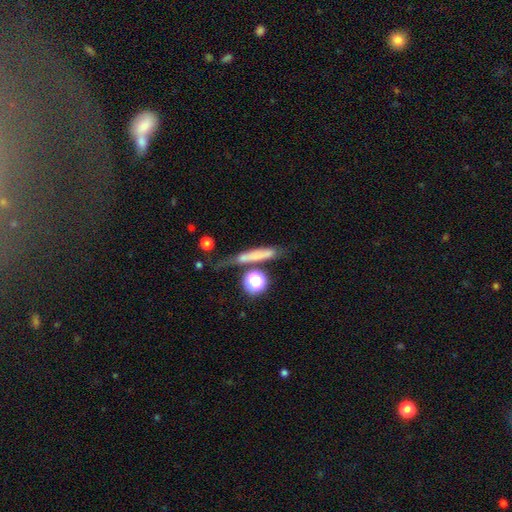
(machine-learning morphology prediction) Smooth or featured?
  - smooth: 59% *
  - featured or disk: 27%
  - star or artifact: 14%
How rounded?
  - cigar-shaped: 70% *
  - round: 17%
  - in between: 13%
Merging?
  - none: 55% *
  - minor disturbance: 20%
  - major disturbance: 13%
  - merger: 12%